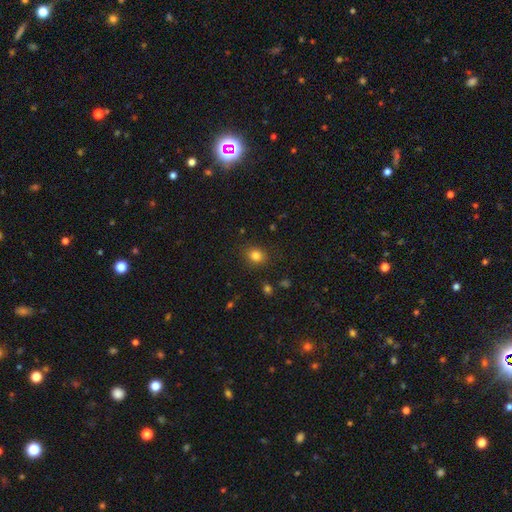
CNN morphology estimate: Smooth or featured? Predicted: smooth (p=0.81). How rounded? Predicted: round (p=0.63). Merging? Predicted: none (p=0.85).